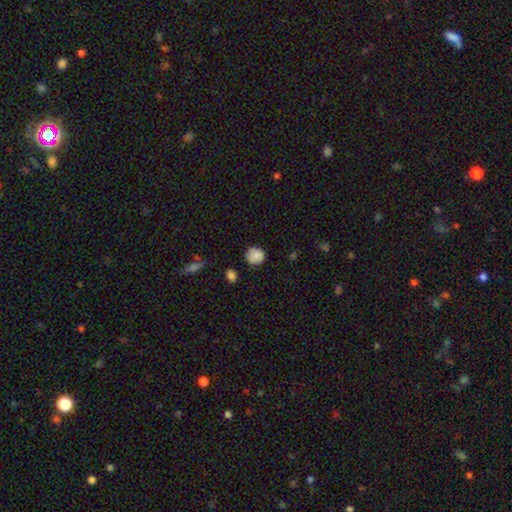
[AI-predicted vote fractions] Morphology: type=smooth (84%); roundness=round (85%); merging=none (71%).